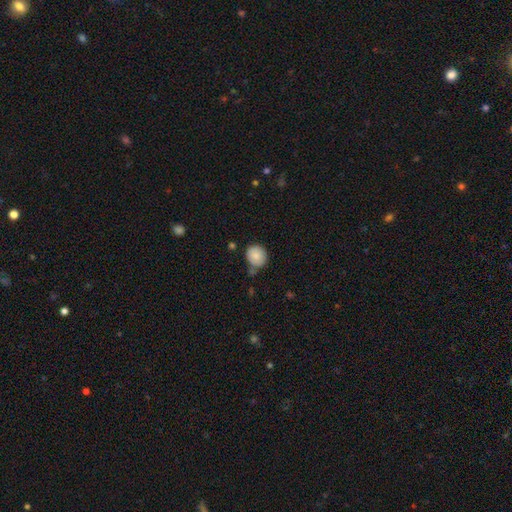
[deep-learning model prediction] smooth-or-featured: smooth: 84% | star or artifact: 8% | featured or disk: 8%
  how-rounded: round: 82% | in between: 18% | cigar-shaped: 1%
  merging: none: 70% | minor disturbance: 19% | merger: 7% | major disturbance: 4%